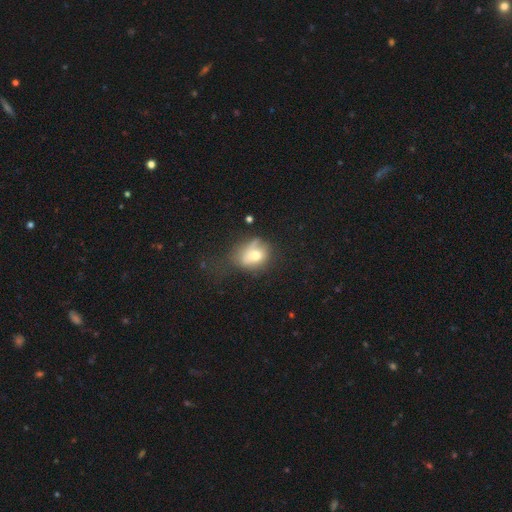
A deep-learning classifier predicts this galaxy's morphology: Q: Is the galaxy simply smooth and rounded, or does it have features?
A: smooth — 65%.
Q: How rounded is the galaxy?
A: round — 49%, tied with in between.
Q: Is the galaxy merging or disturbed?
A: none — 37%.